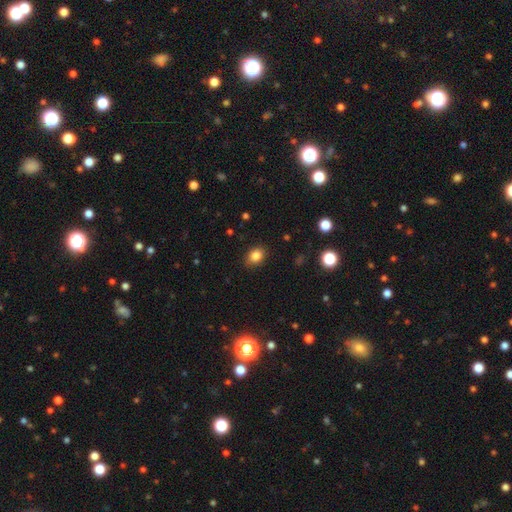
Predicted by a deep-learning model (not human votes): A smooth galaxy with no disk features (84%) that is in between round and cigar-shaped (57%).

Vote fractions:
- Smooth or featured? smooth: 84% / star or artifact: 11% / featured or disk: 5%
- How rounded? in between: 57% / round: 41% / cigar-shaped: 1%
- Merging? none: 85% / minor disturbance: 12% / major disturbance: 3% / merger: 1%